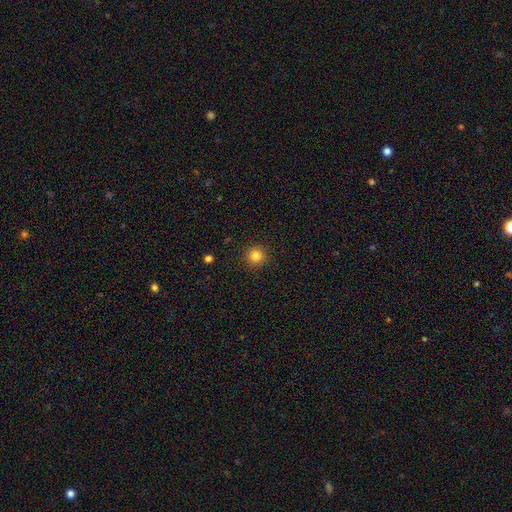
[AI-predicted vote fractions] Smooth or featured? Predicted: smooth (p=0.83). How rounded? Predicted: round (p=0.95). Merging? Predicted: none (p=0.91).